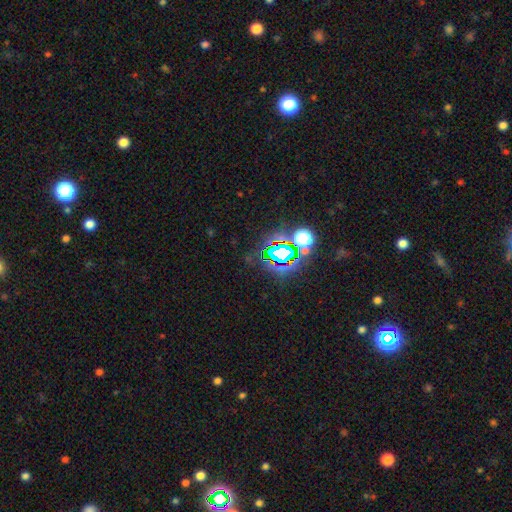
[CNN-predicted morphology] This is likely a star or artifact rather than a galaxy (79%).